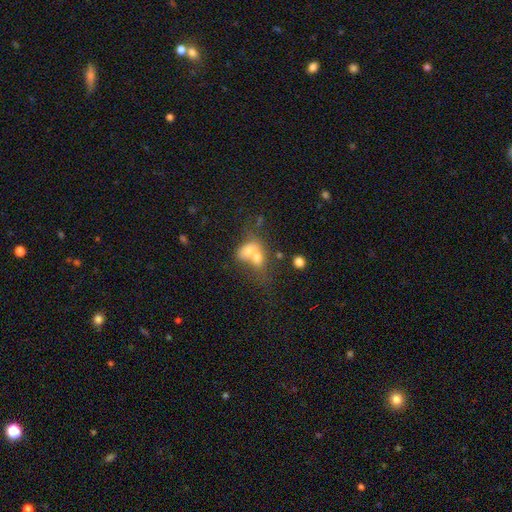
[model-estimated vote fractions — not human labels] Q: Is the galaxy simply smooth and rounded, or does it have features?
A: smooth — 62%.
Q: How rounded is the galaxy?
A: in between — 59%.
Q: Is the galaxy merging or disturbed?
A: merger — 72%.